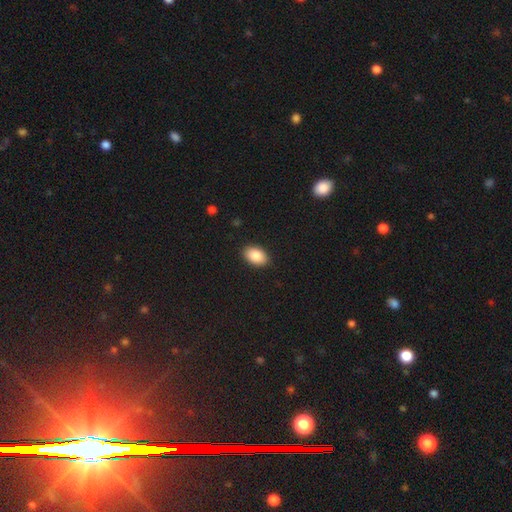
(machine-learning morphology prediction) This appears to be a smooth galaxy with no disk features (87%) that is in between round and cigar-shaped (90%). Merging: none (89%).